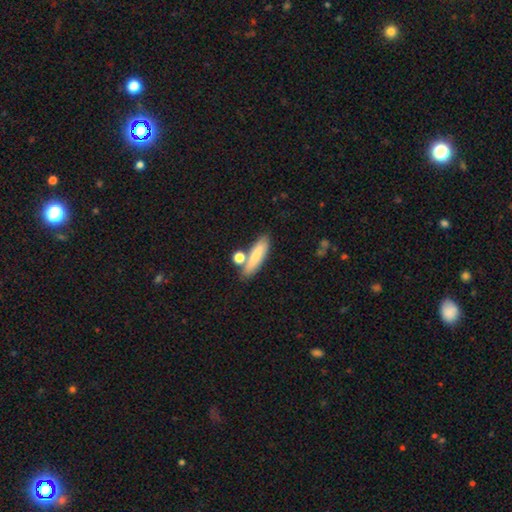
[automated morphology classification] Smooth or featured?
  - smooth: 74% *
  - featured or disk: 18%
  - star or artifact: 8%
How rounded?
  - cigar-shaped: 63% *
  - in between: 32%
  - round: 5%
Merging?
  - none: 60% *
  - merger: 20%
  - minor disturbance: 14%
  - major disturbance: 5%